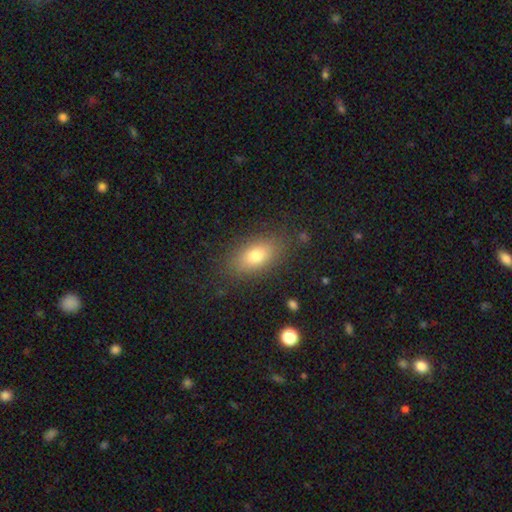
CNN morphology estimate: Q: Smooth or featured?
A: smooth (77%); runner-up: featured or disk (14%)
Q: How rounded?
A: in between (85%); runner-up: cigar-shaped (7%)
Q: Merging?
A: none (84%); runner-up: minor disturbance (11%)